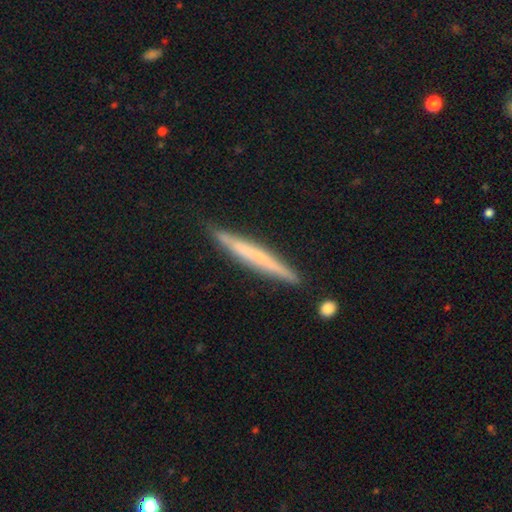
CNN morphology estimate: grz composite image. It shows a featured or disk galaxy (49%). Merging: none (86%).